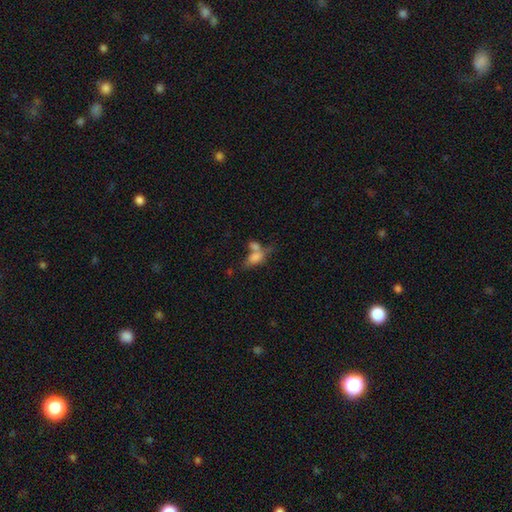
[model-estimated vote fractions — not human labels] A smooth galaxy with no disk features (71%) that is in between round and cigar-shaped (81%).

Vote fractions:
- Smooth or featured? smooth: 71% / featured or disk: 19% / star or artifact: 10%
- How rounded? in between: 81% / cigar-shaped: 11% / round: 8%
- Merging? merger: 51% / none: 26% / minor disturbance: 12% / major disturbance: 11%